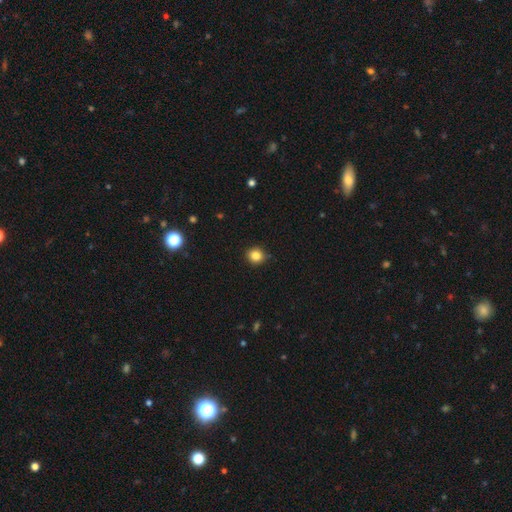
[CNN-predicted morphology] This is clearly a smooth galaxy (84%). How rounded: clearly round (88%). Merging: clearly none (87%).